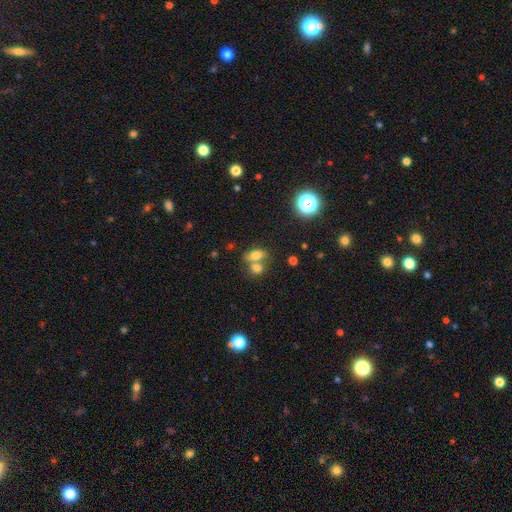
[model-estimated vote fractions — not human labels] smooth-or-featured: smooth: 74% | star or artifact: 14% | featured or disk: 12%
  how-rounded: in between: 79% | round: 16% | cigar-shaped: 4%
  merging: merger: 51% | none: 37% | minor disturbance: 9% | major disturbance: 4%